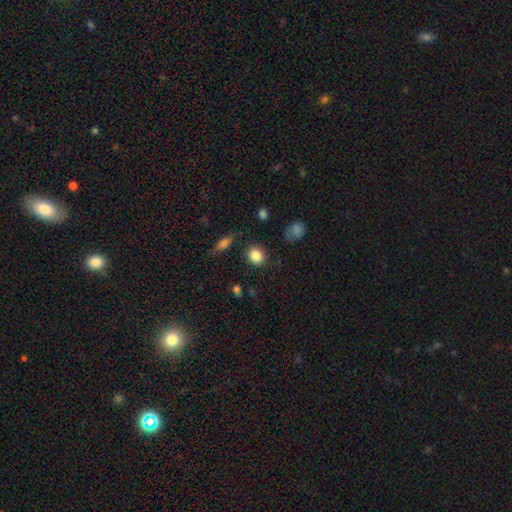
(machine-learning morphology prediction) This appears to be a smooth galaxy with no disk features (86%) that is round (76%). Merging: none (84%).